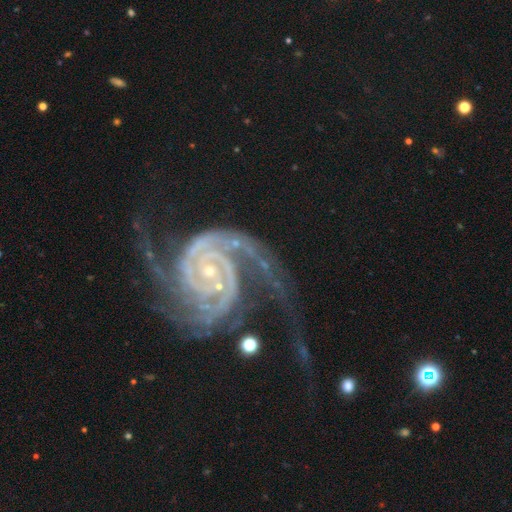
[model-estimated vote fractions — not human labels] Smooth or featured? Predicted: featured or disk (p=0.93). Edge-on disk? Predicted: no (p=0.98). Bar? Predicted: no (p=0.55). Spiral arms? Predicted: yes (p=0.99). Spiral winding? Predicted: tight (p=0.48). Spiral arm count? Predicted: 2 (p=0.65). Bulge size? Predicted: small (p=0.83). Merging? Predicted: none (p=0.55).